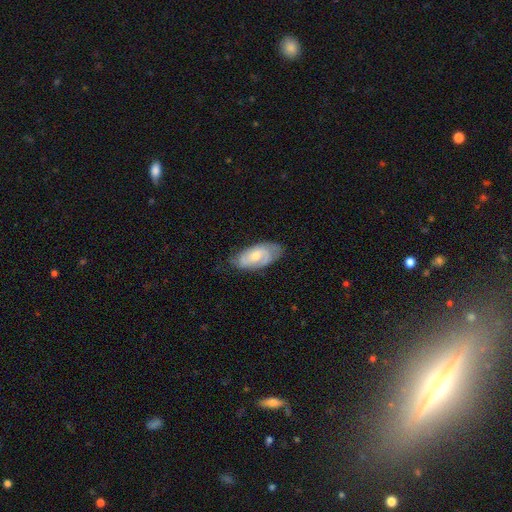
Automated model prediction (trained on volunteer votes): Morphology: type=featured or disk (60%); edge-on=no (91%); bar=no (64%); spiral arms=yes (83%); bulge=moderate (53%); merging=none (70%).